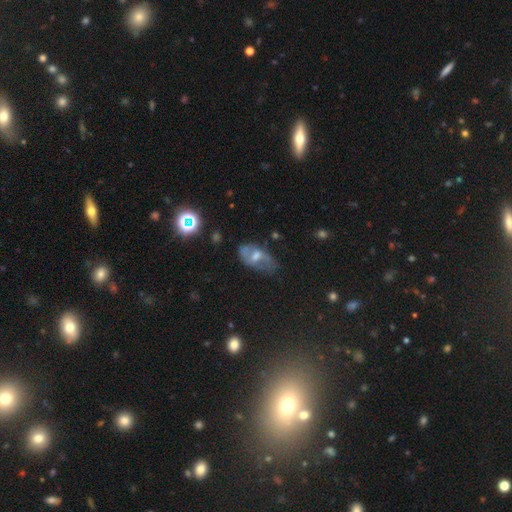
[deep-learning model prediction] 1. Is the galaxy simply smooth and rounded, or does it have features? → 57% featured or disk, 28% smooth, 15% star or artifact.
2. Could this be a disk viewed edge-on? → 92% no, 8% yes.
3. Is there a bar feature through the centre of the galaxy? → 45% no, 42% weak, 13% strong.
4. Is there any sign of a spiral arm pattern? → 63% yes, 37% no.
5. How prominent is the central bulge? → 61% moderate, 26% small, 7% large, 4% none, 1% dominant.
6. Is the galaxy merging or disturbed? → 56% none, 27% minor disturbance, 14% major disturbance, 3% merger.